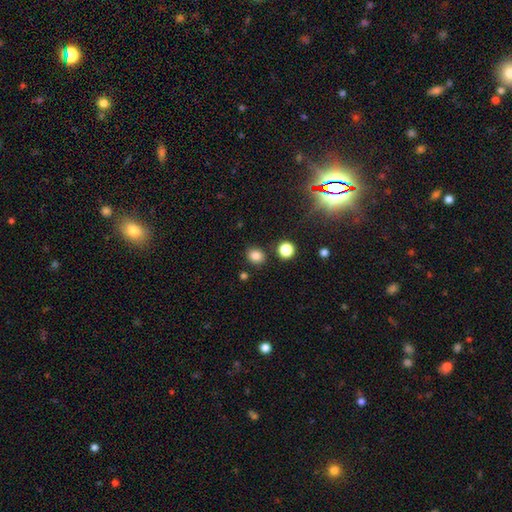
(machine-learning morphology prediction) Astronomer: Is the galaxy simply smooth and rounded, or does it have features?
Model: smooth — 83%.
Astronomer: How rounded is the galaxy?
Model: round — 67%.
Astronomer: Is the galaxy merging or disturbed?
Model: none — 84%.